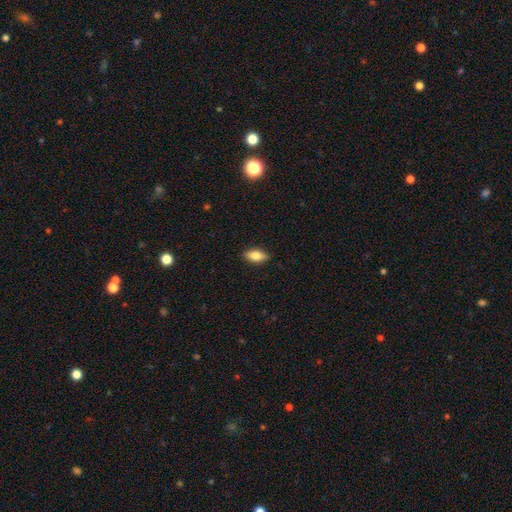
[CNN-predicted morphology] smooth-or-featured: smooth: 80% | featured or disk: 13% | star or artifact: 7%
  how-rounded: in between: 86% | cigar-shaped: 10% | round: 4%
  merging: none: 87% | minor disturbance: 10% | major disturbance: 2% | merger: 1%